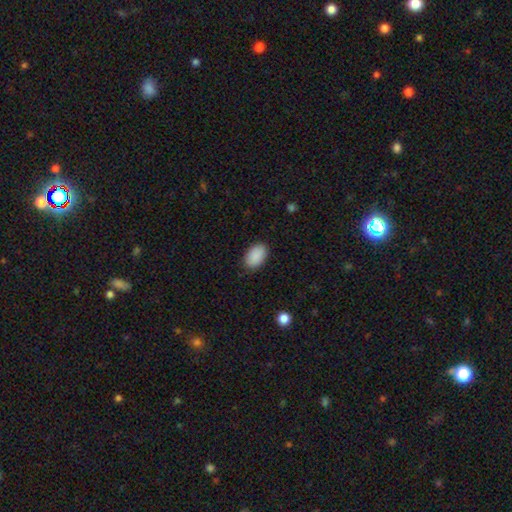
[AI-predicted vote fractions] Q: Smooth or featured?
A: smooth (90%); runner-up: star or artifact (7%)
Q: How rounded?
A: in between (92%); runner-up: round (7%)
Q: Merging?
A: none (87%); runner-up: minor disturbance (10%)